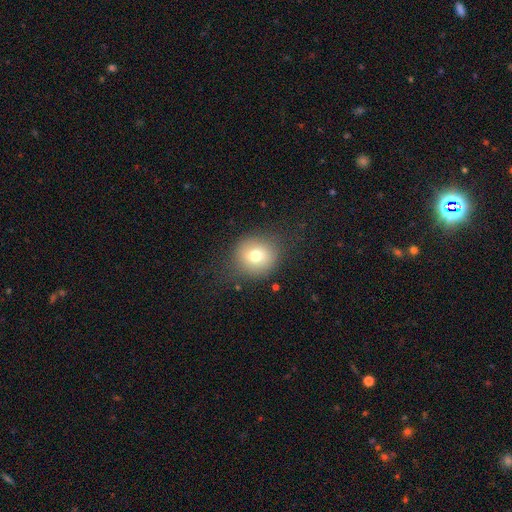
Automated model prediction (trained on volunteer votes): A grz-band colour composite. It shows a smooth galaxy with no disk features (73%) that is round (85%). Merging: none (78%).